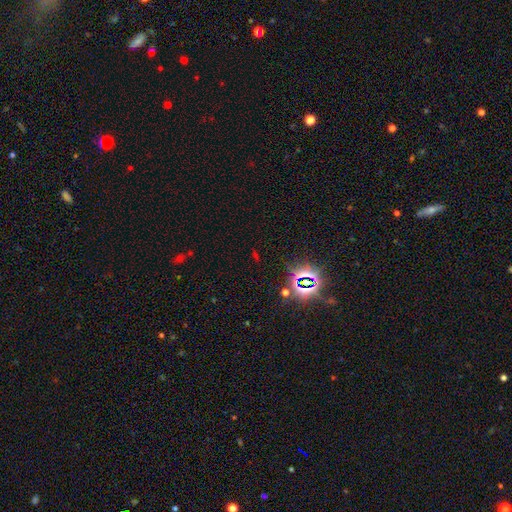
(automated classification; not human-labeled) Morphology: type=star or artifact (74%).